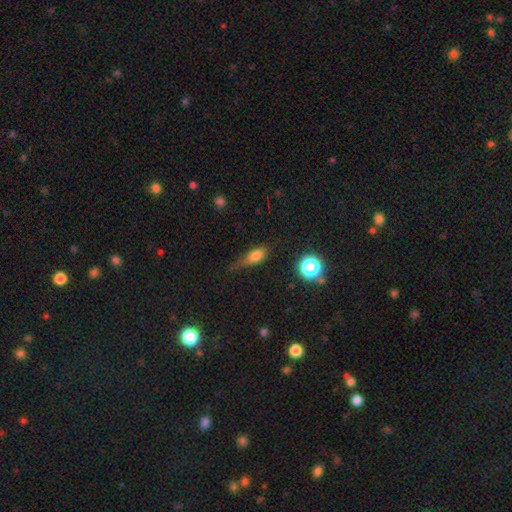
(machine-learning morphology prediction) Overall: smooth (72%). How rounded: in between (66%). Merging: none (45%; minor disturbance 36%).